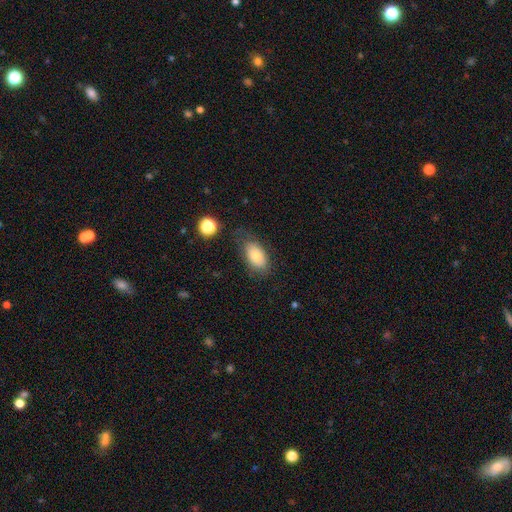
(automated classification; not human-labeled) The model was most divided on "merging": none: 68%, minor disturbance: 21%, major disturbance: 8%, merger: 3%. More confident: how rounded — in between (92%); smooth or featured — smooth (77%).